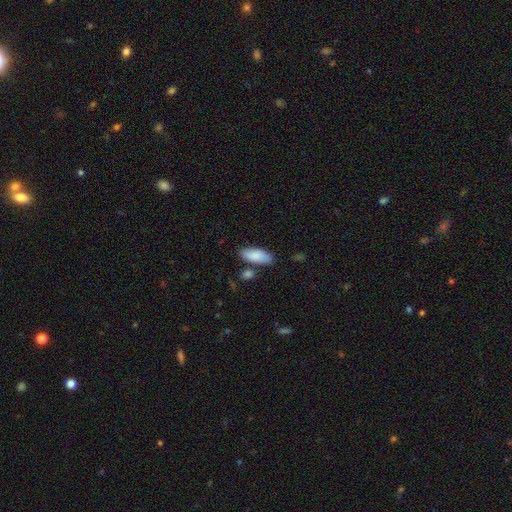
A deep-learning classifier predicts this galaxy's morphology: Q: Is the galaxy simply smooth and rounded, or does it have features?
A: smooth — 87%.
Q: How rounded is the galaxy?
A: in between — 80%.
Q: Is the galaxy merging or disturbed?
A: none — 78%.